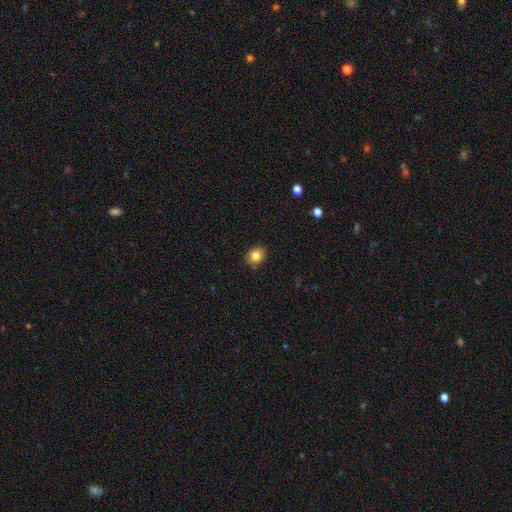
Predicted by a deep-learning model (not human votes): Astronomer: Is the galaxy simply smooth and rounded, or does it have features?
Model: smooth — 83%.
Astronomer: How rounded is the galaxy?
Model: round — 55% (runner-up: in between, 44%).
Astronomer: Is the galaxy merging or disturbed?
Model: none — 85%.